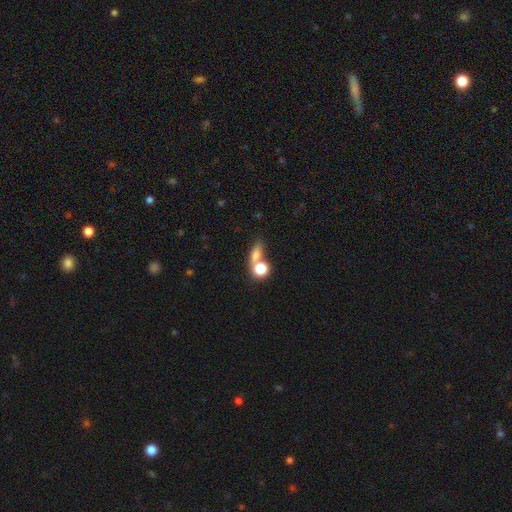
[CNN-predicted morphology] This appears to be a smooth galaxy with no disk features (72%) that is in between round and cigar-shaped (47%). Merging: none (41%, tied with merger).